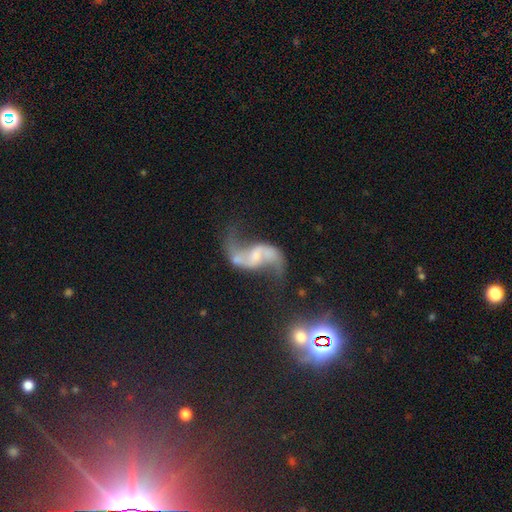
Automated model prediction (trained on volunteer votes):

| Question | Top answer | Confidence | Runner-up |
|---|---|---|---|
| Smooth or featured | featured or disk | 89% | star or artifact (6%) |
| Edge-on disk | no | 97% | yes (3%) |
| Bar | weak | 46% | no (31%) |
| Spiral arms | yes | 95% | no (5%) |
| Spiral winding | loose | 85% | medium (13%) |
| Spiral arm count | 2 | 93% | 1 (2%) |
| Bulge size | small | 41% | none (32%) |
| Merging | none | 60% | minor disturbance (16%) |